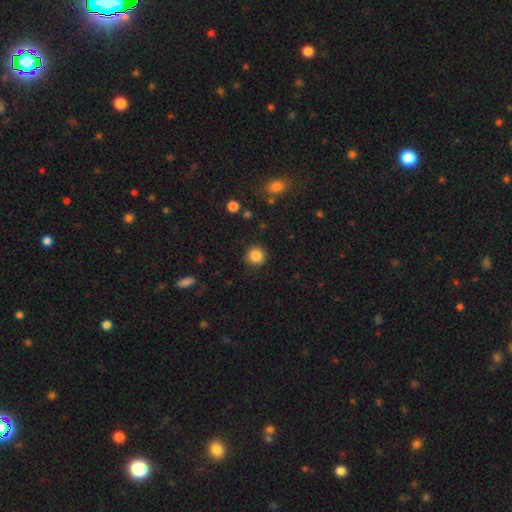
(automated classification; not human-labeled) A smooth galaxy with no disk features (85%) that is round (93%).

Vote fractions:
- Smooth or featured? smooth: 85% / star or artifact: 10% / featured or disk: 5%
- How rounded? round: 93% / in between: 6% / cigar-shaped: 1%
- Merging? none: 90% / minor disturbance: 7% / major disturbance: 2% / merger: 1%